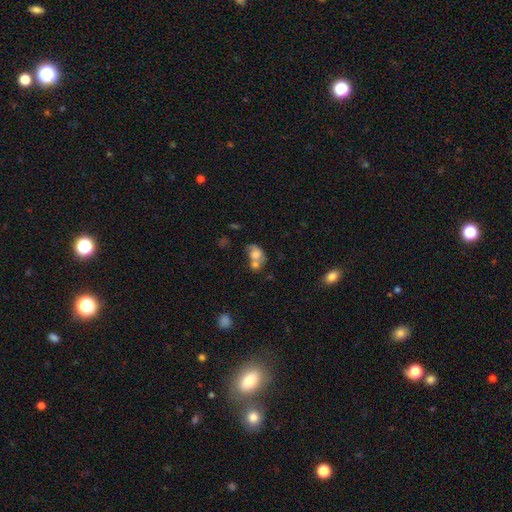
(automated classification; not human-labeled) A smooth galaxy with no disk features (67%) that is in between round and cigar-shaped (64%). Merging: merger (58%).